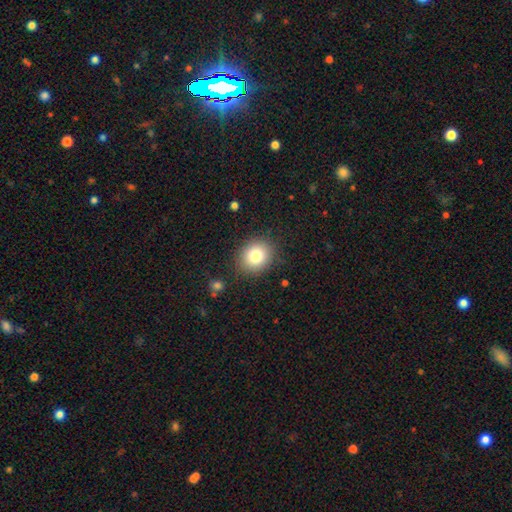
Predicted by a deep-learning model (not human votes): Smooth or featured?
  - smooth: 80% *
  - star or artifact: 11%
  - featured or disk: 9%
How rounded?
  - round: 71% *
  - in between: 28%
  - cigar-shaped: 1%
Merging?
  - none: 86% *
  - minor disturbance: 9%
  - major disturbance: 3%
  - merger: 1%